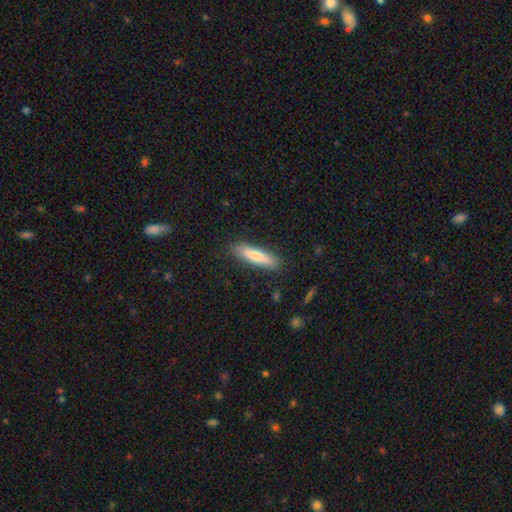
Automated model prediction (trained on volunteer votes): The model was most divided on "smooth or featured": smooth: 72%, featured or disk: 22%, star or artifact: 6%. More confident: merging — none (87%); how rounded — cigar-shaped (80%).